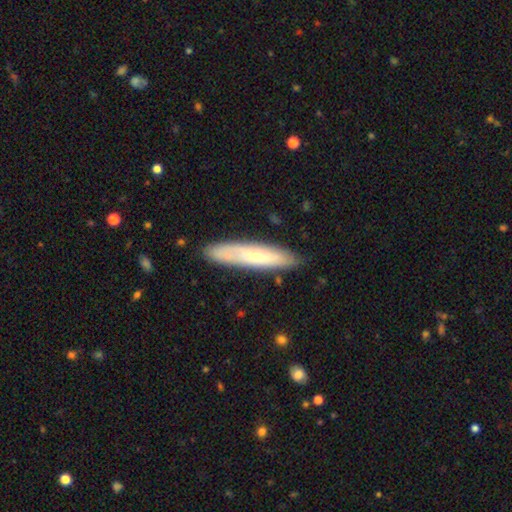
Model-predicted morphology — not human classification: The model was most divided on "smooth or featured": smooth: 58%, featured or disk: 36%, star or artifact: 6%. More confident: how rounded — cigar-shaped (83%); merging — none (81%).